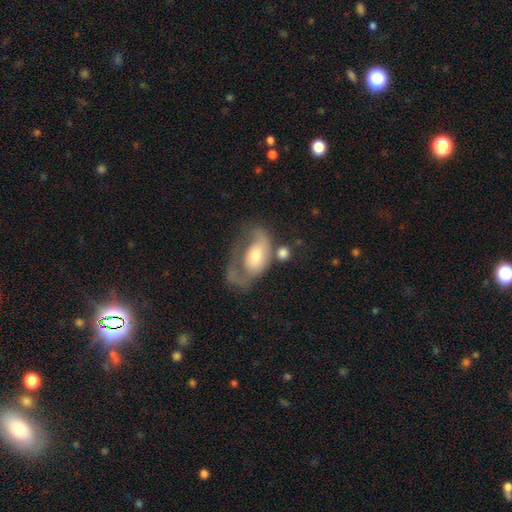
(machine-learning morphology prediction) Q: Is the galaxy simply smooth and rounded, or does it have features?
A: featured or disk — 57%.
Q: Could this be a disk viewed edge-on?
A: no — 94%.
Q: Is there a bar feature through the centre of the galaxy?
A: no — 70%.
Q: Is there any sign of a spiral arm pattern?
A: yes — 63%.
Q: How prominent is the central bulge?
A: moderate — 55%.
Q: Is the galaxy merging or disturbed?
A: major disturbance — 43%.